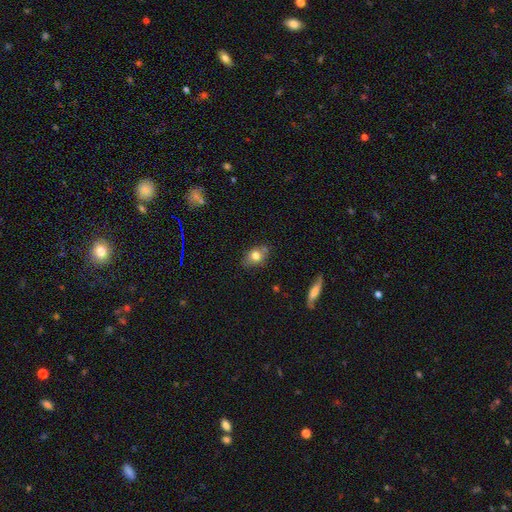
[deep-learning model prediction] Smooth or featured?
  - smooth: 76% *
  - featured or disk: 14%
  - star or artifact: 10%
How rounded?
  - in between: 60% *
  - round: 38%
  - cigar-shaped: 2%
Merging?
  - none: 72% *
  - minor disturbance: 19%
  - merger: 5%
  - major disturbance: 4%